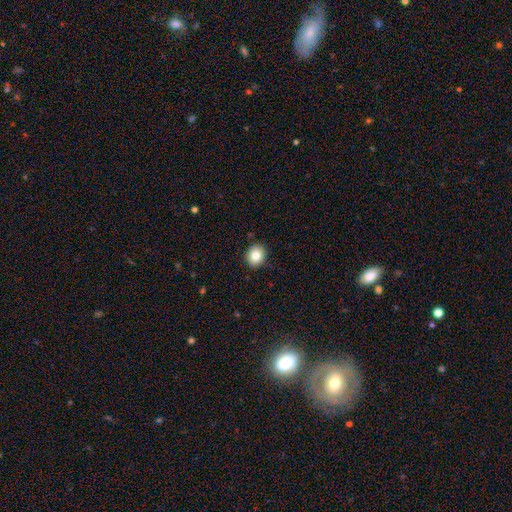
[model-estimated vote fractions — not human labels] Overall: smooth (82%). How rounded: round (74%). Merging: none (91%).